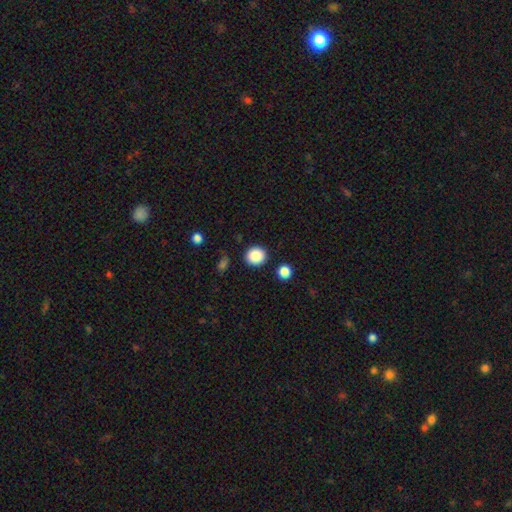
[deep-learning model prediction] A smooth galaxy with no disk features (87%) that is round (88%).

Vote fractions:
- Smooth or featured? smooth: 87% / star or artifact: 9% / featured or disk: 3%
- How rounded? round: 88% / in between: 11% / cigar-shaped: 1%
- Merging? none: 88% / minor disturbance: 7% / merger: 3% / major disturbance: 2%